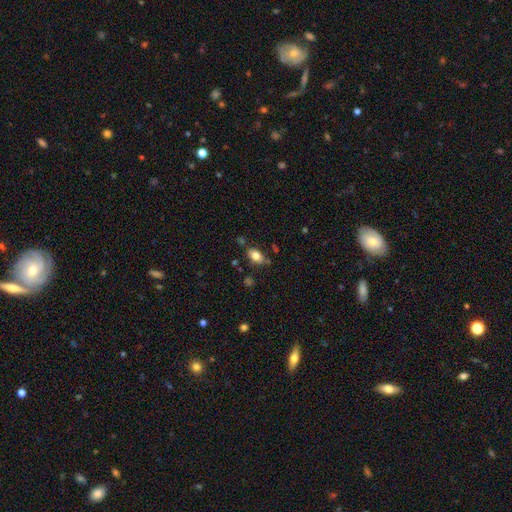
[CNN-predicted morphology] Smooth or featured? smooth (78%)
How rounded? in between (84%)
Merging? none (75%)